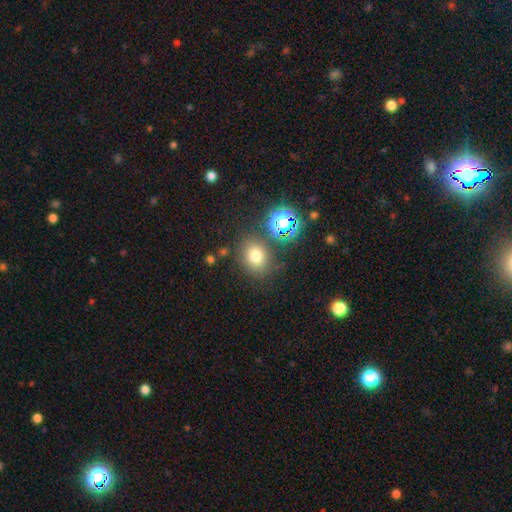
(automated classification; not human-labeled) This appears to be a smooth galaxy with no disk features (72%) that is round (66%). Merging: none (77%).